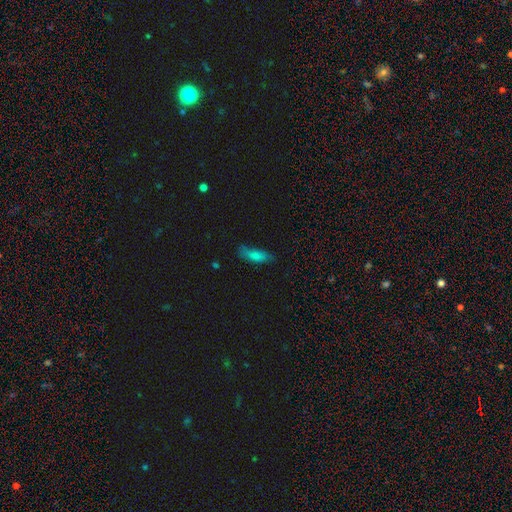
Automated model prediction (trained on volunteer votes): Smooth or featured? Predicted: smooth (p=0.76). How rounded? Predicted: in between (p=0.56). Merging? Predicted: none (p=0.68).